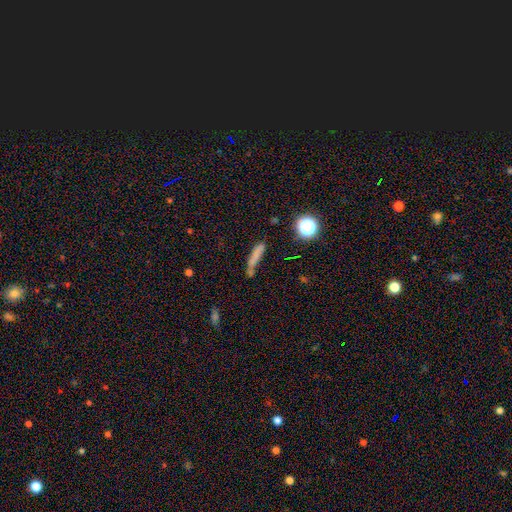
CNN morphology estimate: smooth_or_featured: smooth (p=0.68) [alt: star or artifact p=0.17]
how_rounded: cigar-shaped (p=0.80) [alt: in between p=0.14]
merging: none (p=0.55) [alt: minor disturbance p=0.20]